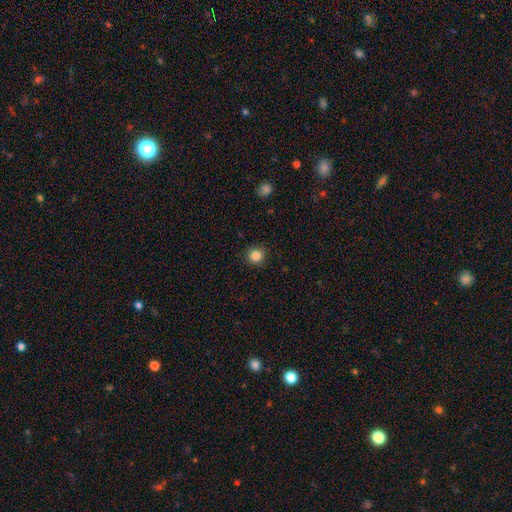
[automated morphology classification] smooth-or-featured: smooth: 85% | star or artifact: 11% | featured or disk: 4%
  how-rounded: round: 93% | in between: 6% | cigar-shaped: 1%
  merging: none: 91% | minor disturbance: 6% | major disturbance: 2% | merger: 1%